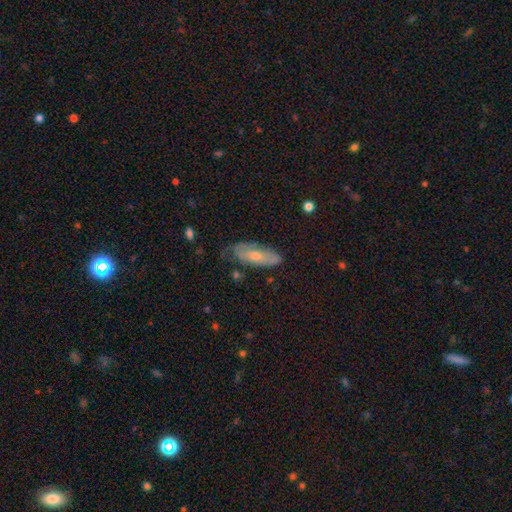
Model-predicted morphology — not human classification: This is possibly a featured or disk galaxy (49%). Merging: likely none (67%).